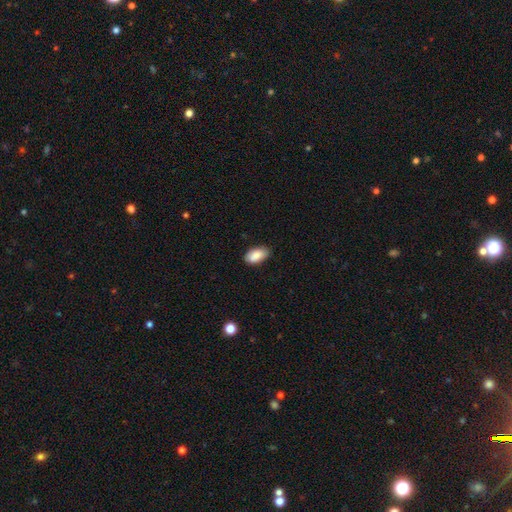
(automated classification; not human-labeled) Smooth or featured: smooth — 88% (star or artifact — 6%)
How rounded: in between — 94% (round — 3%)
Merging: none — 80% (minor disturbance — 17%)